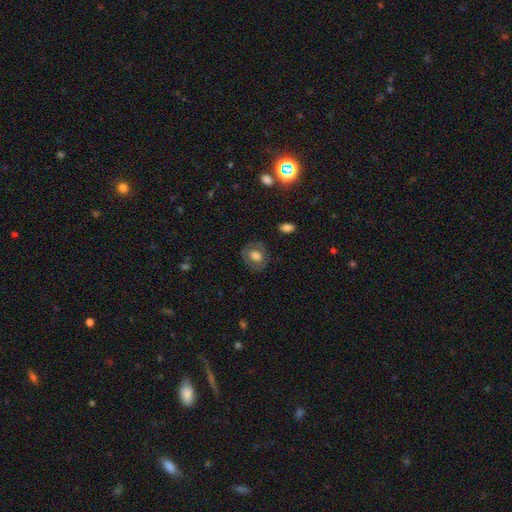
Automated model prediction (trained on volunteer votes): Overall: smooth (60%; featured or disk 31%). How rounded: round (63%; in between 36%). Merging: none (77%).